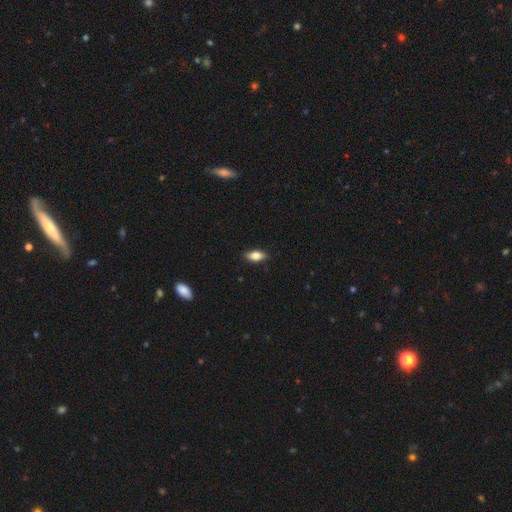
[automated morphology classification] Smooth or featured: smooth — 76% (featured or disk — 17%)
How rounded: in between — 84% (cigar-shaped — 12%)
Merging: none — 87% (minor disturbance — 10%)